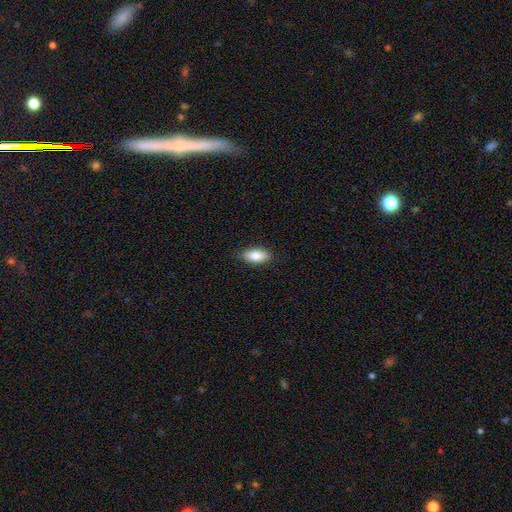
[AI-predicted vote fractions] The model was most divided on "smooth or featured": smooth: 82%, featured or disk: 11%, star or artifact: 7%. More confident: how rounded — in between (88%); merging — none (87%).